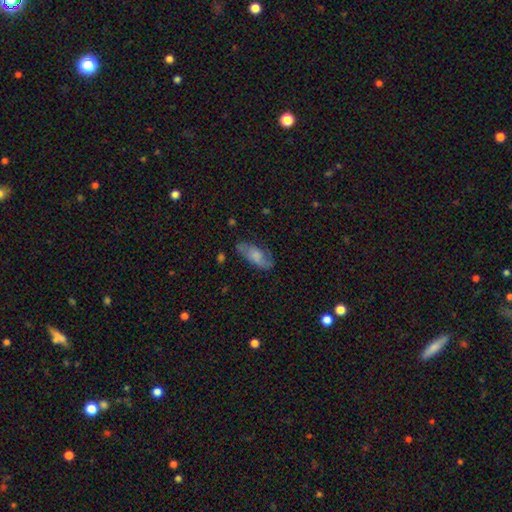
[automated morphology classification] This appears to be a smooth galaxy with no disk features (62%) that is in between round and cigar-shaped (82%). Merging: none (65%).